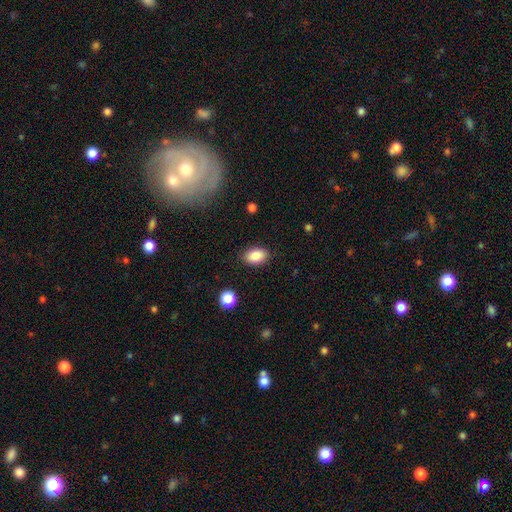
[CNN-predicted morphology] Smooth or featured? Predicted: smooth (p=0.86). How rounded? Predicted: in between (p=0.86). Merging? Predicted: none (p=0.87).